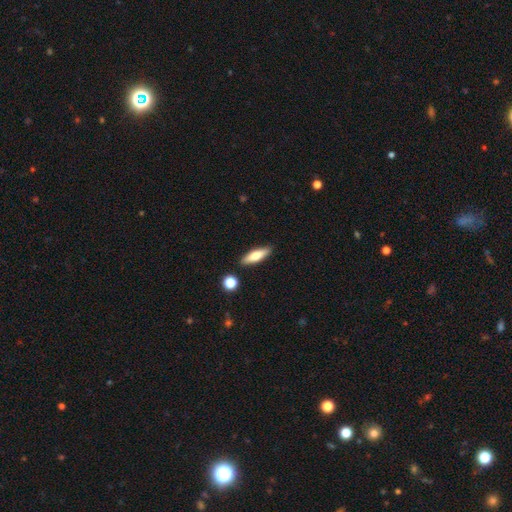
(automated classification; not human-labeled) The model was most divided on "how rounded": cigar-shaped: 54%, in between: 44%, round: 2%. More confident: merging — none (86%); smooth or featured — smooth (67%).